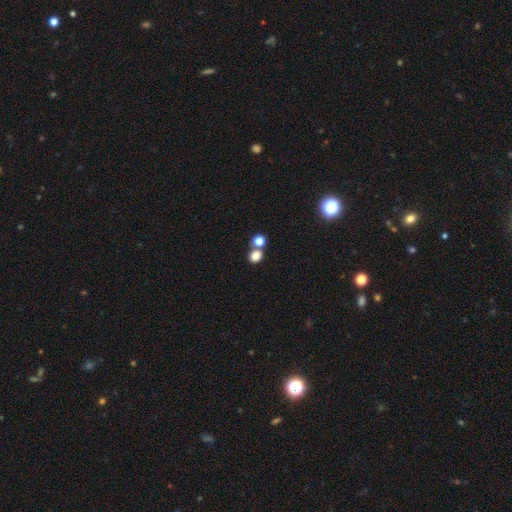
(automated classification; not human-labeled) Smooth or featured: smooth — 80% (star or artifact — 14%)
How rounded: round — 62% (in between — 37%)
Merging: none — 55% (merger — 33%)